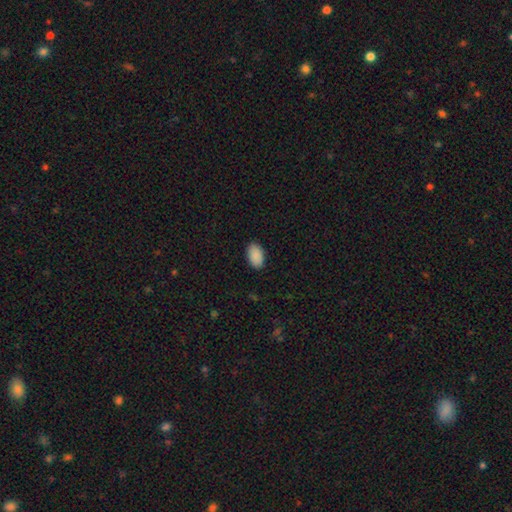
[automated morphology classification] Smooth or featured? Predicted: smooth (p=0.91). How rounded? Predicted: in between (p=0.94). Merging? Predicted: none (p=0.89).